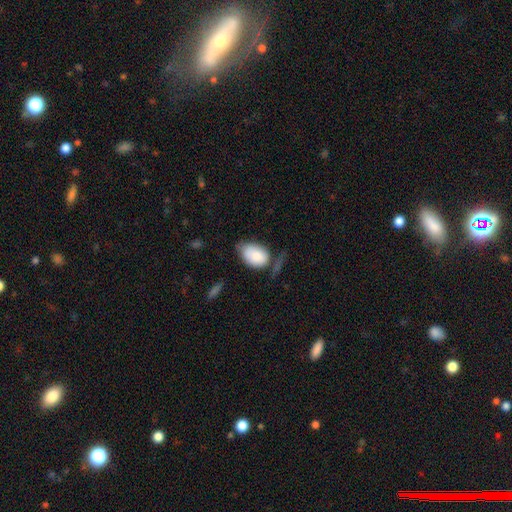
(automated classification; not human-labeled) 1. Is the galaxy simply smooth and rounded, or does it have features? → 82% smooth, 12% featured or disk, 6% star or artifact.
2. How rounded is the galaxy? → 81% in between, 17% round, 1% cigar-shaped.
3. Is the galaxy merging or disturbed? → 36% none, 35% minor disturbance, 21% major disturbance, 7% merger.